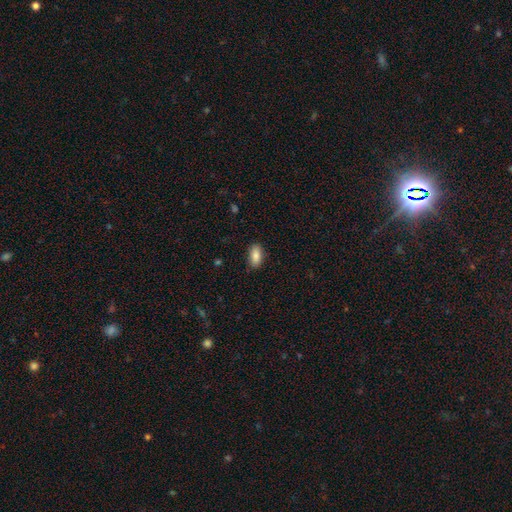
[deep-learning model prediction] A smooth galaxy with no disk features (86%) that is in between round and cigar-shaped (89%).

Vote fractions:
- Smooth or featured? smooth: 86% / star or artifact: 7% / featured or disk: 7%
- How rounded? in between: 89% / cigar-shaped: 8% / round: 3%
- Merging? none: 87% / minor disturbance: 10% / major disturbance: 2% / merger: 1%